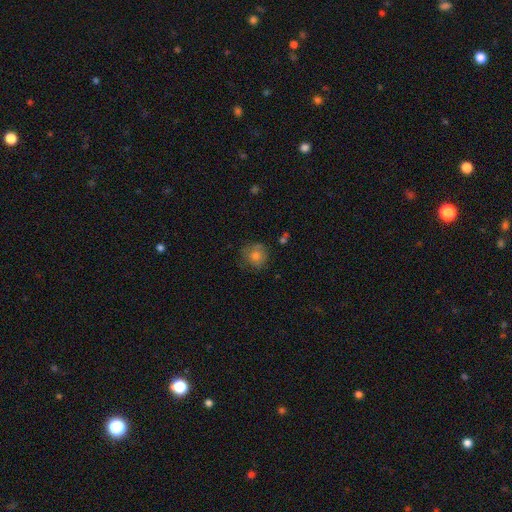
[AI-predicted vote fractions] This appears to be a smooth galaxy with no disk features (72%) that is round (87%). Merging: none (70%).